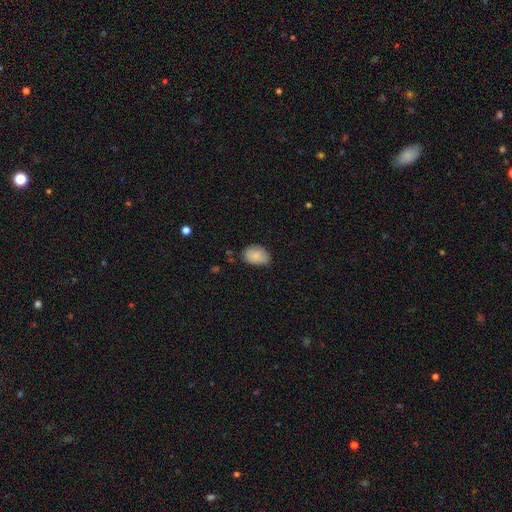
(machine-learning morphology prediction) Q: Smooth or featured?
A: smooth (86%); runner-up: star or artifact (7%)
Q: How rounded?
A: in between (78%); runner-up: round (21%)
Q: Merging?
A: none (66%); runner-up: minor disturbance (28%)